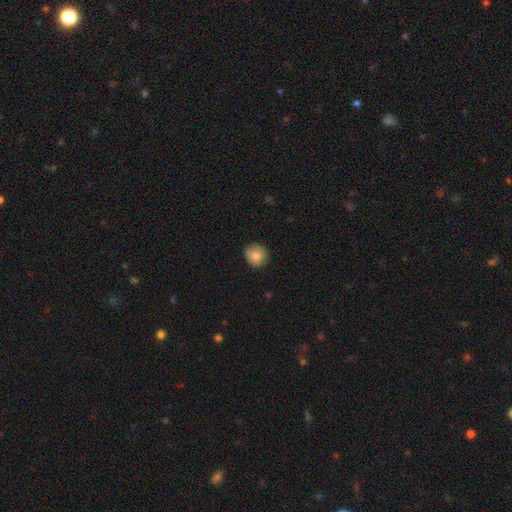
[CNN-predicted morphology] Q: Smooth or featured?
A: smooth (83%); runner-up: featured or disk (9%)
Q: How rounded?
A: round (85%); runner-up: in between (14%)
Q: Merging?
A: none (82%); runner-up: minor disturbance (15%)